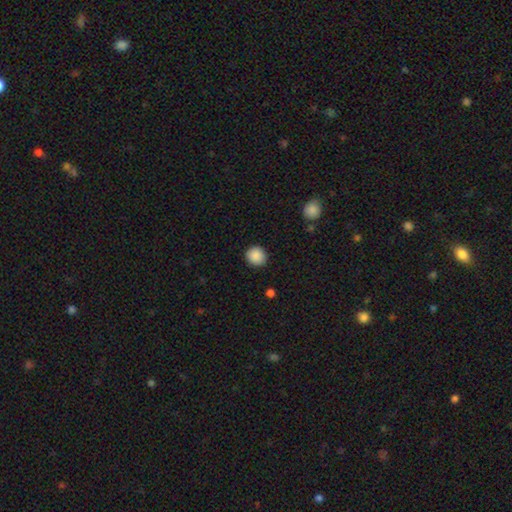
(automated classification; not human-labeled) Smooth or featured? smooth (89%)
How rounded? round (89%)
Merging? none (90%)